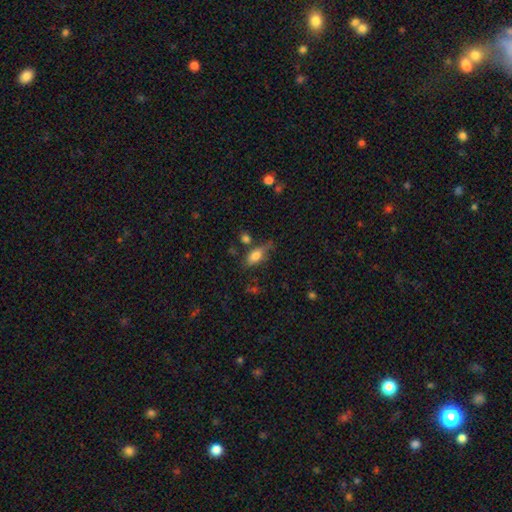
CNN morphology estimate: Smooth or featured? Predicted: smooth (p=0.72). How rounded? Predicted: in between (p=0.76). Merging? Predicted: none (p=0.54).